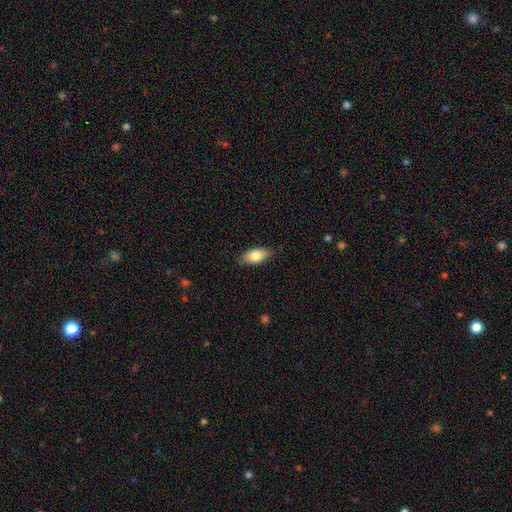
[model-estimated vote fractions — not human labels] The model was most divided on "merging": none: 80%, minor disturbance: 16%, major disturbance: 3%, merger: 1%. More confident: how rounded — in between (88%); smooth or featured — smooth (80%).